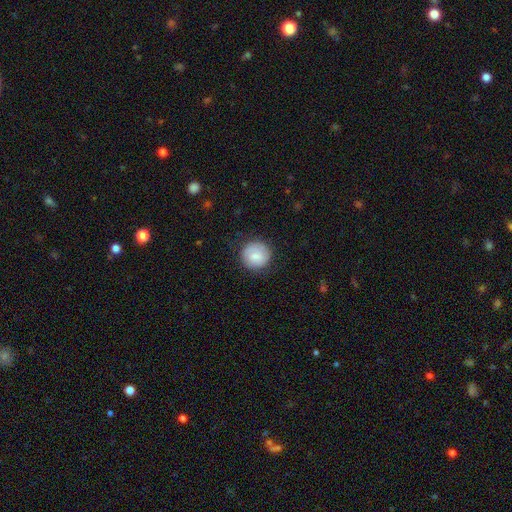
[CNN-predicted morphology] Smooth or featured: smooth — 76% (featured or disk — 17%)
How rounded: round — 92% (in between — 7%)
Merging: none — 82% (minor disturbance — 13%)